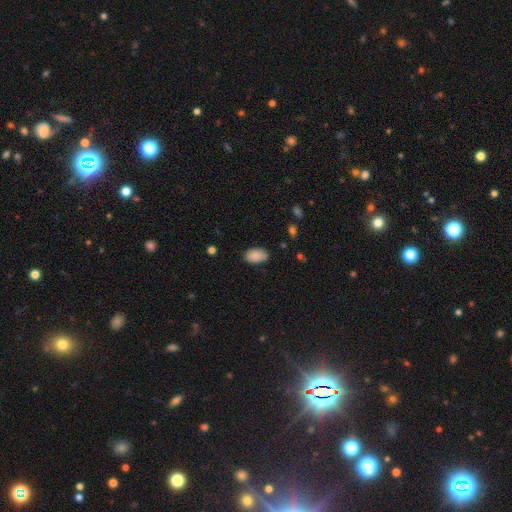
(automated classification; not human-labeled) A smooth galaxy with no disk features (89%) that is in between round and cigar-shaped (93%).

Vote fractions:
- Smooth or featured? smooth: 89% / star or artifact: 7% / featured or disk: 4%
- How rounded? in between: 93% / round: 5% / cigar-shaped: 2%
- Merging? none: 82% / minor disturbance: 14% / major disturbance: 3% / merger: 1%